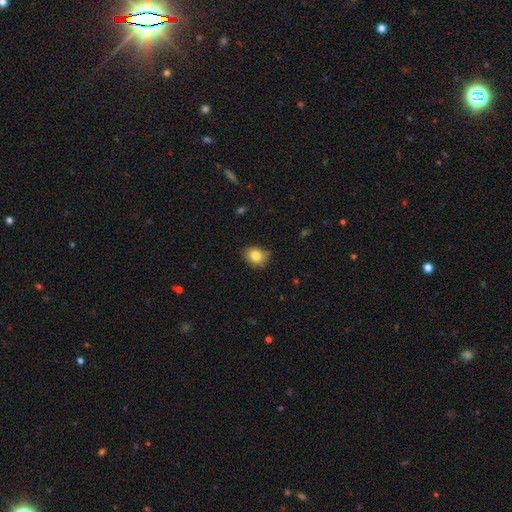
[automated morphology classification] Overall: smooth (81%). How rounded: round (57%; in between 42%). Merging: none (73%).